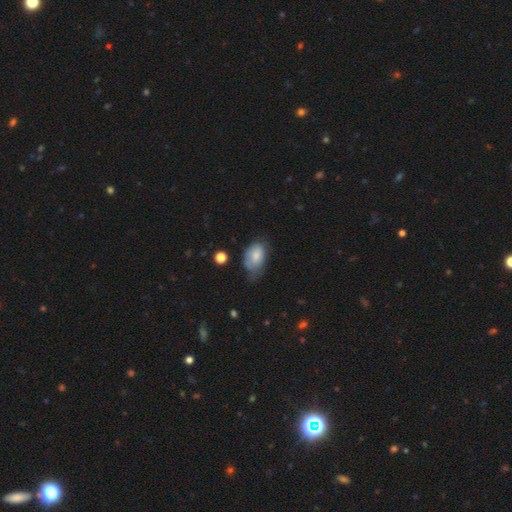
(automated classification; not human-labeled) smooth-or-featured: smooth: 75% | featured or disk: 17% | star or artifact: 7%
  how-rounded: in between: 89% | round: 9% | cigar-shaped: 2%
  merging: minor disturbance: 43% | none: 38% | major disturbance: 16% | merger: 3%